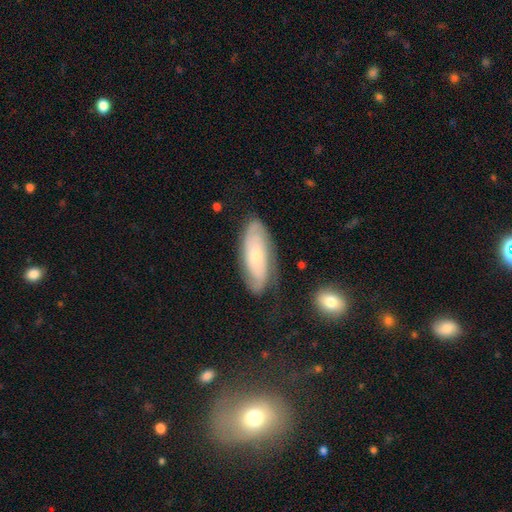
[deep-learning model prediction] Smooth or featured? Predicted: featured or disk (p=0.63). Edge-on disk? Predicted: no (p=0.88). Bar? Predicted: no (p=0.74). Spiral arms? Predicted: yes (p=0.87). Bulge size? Predicted: small (p=0.69). Merging? Predicted: none (p=0.75).